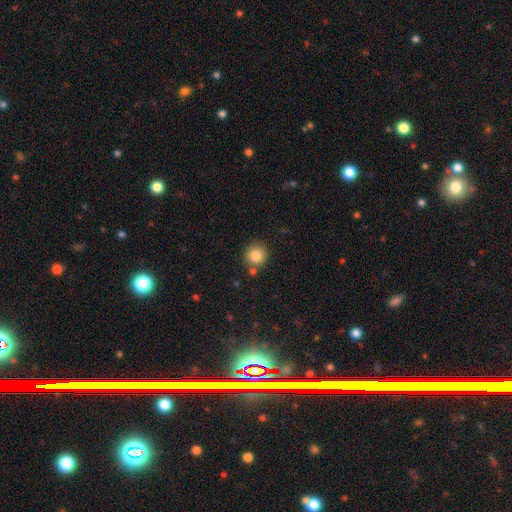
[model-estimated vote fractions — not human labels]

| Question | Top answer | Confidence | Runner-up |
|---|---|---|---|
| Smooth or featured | smooth | 84% | star or artifact (10%) |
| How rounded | round | 94% | in between (5%) |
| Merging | none | 81% | minor disturbance (8%) |